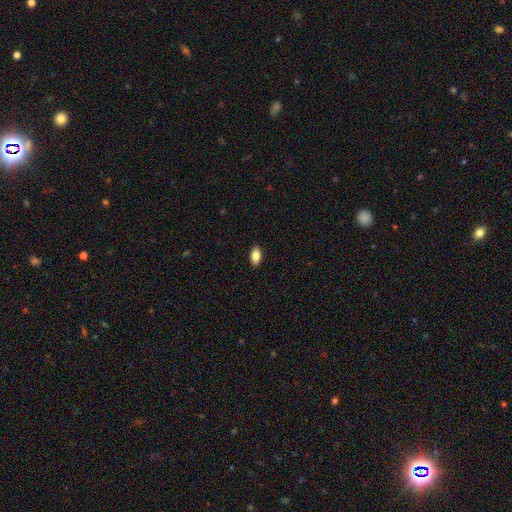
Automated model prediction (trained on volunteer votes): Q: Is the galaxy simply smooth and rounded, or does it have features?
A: smooth — 84%.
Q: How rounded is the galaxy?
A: in between — 92%.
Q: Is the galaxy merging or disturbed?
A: none — 90%.